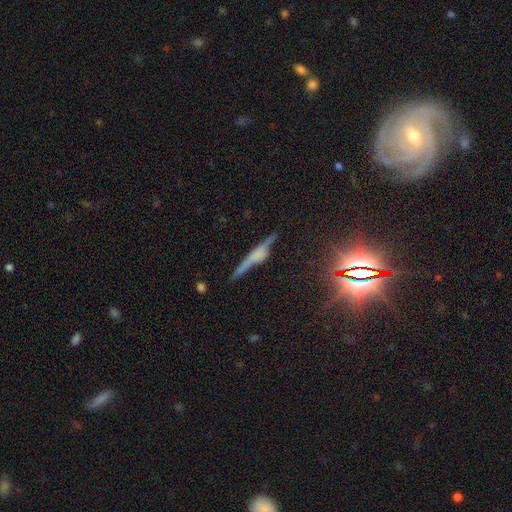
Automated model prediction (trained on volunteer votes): This appears to be a featured or disk galaxy (61%) viewed edge-on (93%) with a boxy central bulge (49%). Merging: none (68%).